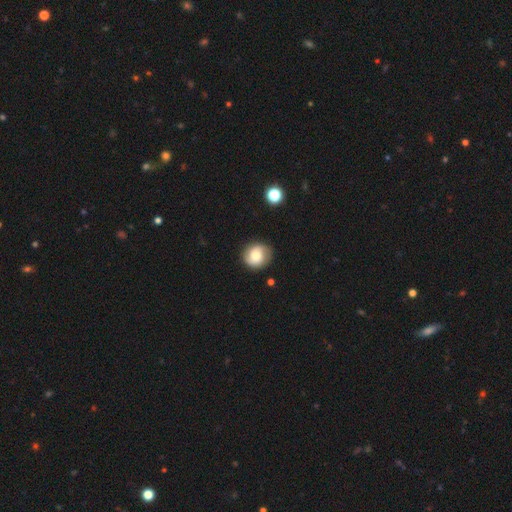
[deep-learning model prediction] Overall: smooth (67%). How rounded: round (84%). Merging: none (82%).